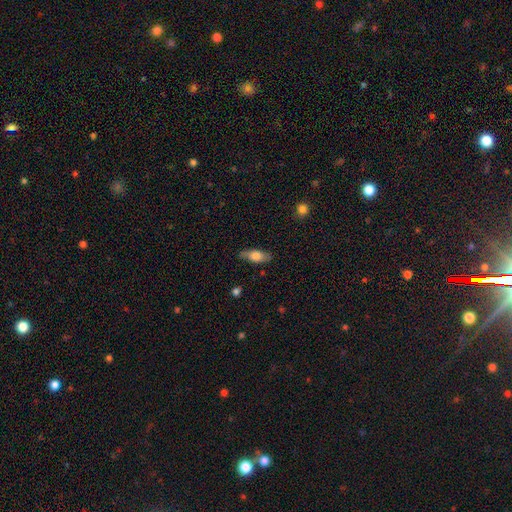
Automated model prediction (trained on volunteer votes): smooth-or-featured: smooth: 69% | featured or disk: 24% | star or artifact: 7%
  how-rounded: in between: 74% | cigar-shaped: 23% | round: 3%
  merging: none: 76% | minor disturbance: 19% | major disturbance: 4% | merger: 2%